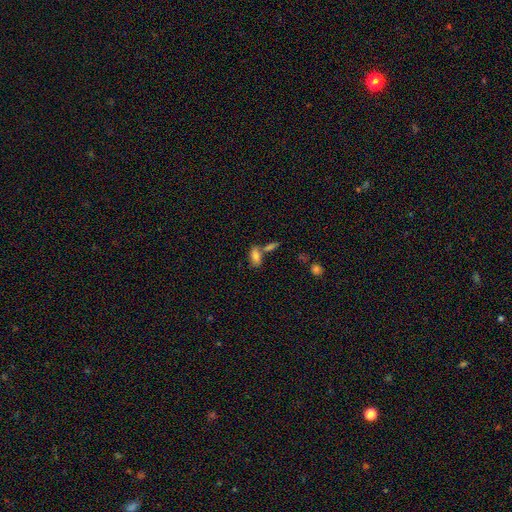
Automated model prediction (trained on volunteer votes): Smooth or featured?
  - smooth: 79% *
  - featured or disk: 12%
  - star or artifact: 9%
How rounded?
  - in between: 87% *
  - cigar-shaped: 9%
  - round: 4%
Merging?
  - none: 50% *
  - merger: 33%
  - minor disturbance: 12%
  - major disturbance: 4%